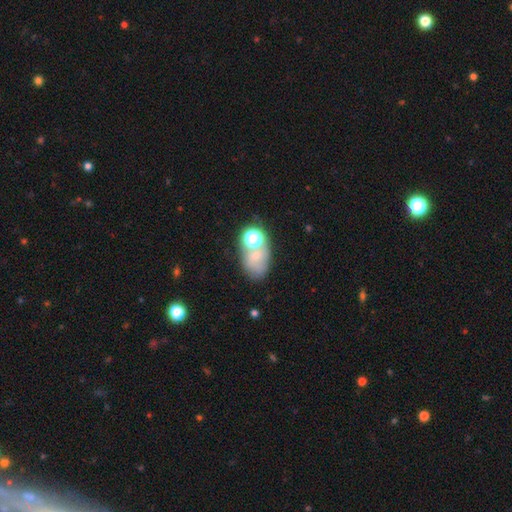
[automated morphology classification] A smooth galaxy with no disk features (57%) that is in between round and cigar-shaped (74%). Merging: none (40%).